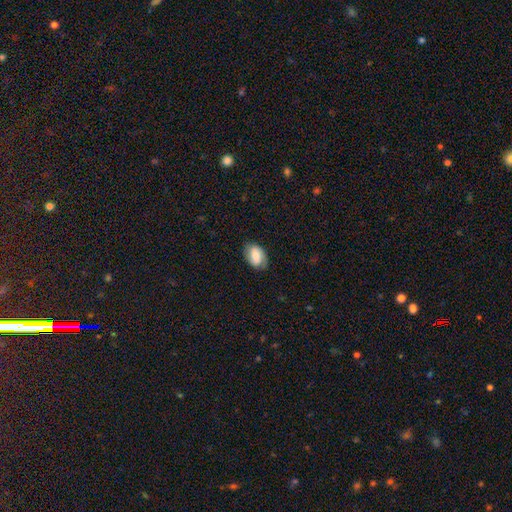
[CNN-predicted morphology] Smooth or featured? Predicted: smooth (p=0.59). How rounded? Predicted: in between (p=0.88). Merging? Predicted: none (p=0.76).